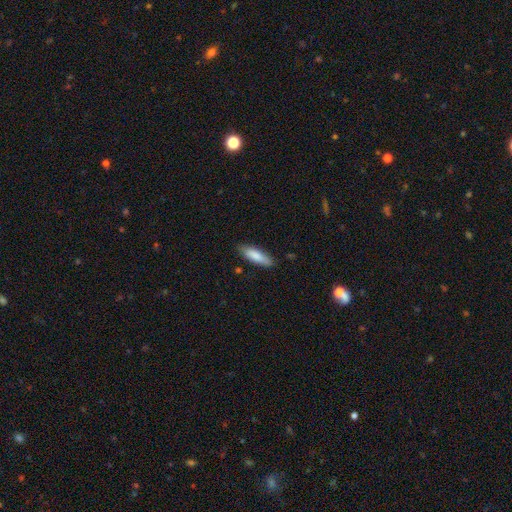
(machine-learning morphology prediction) type=smooth (83%); roundness=cigar-shaped (50%); merging=none (83%).